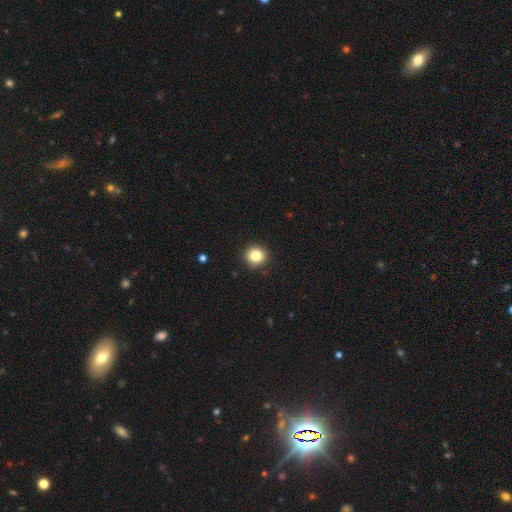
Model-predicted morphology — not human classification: Smooth or featured? smooth (84%)
How rounded? round (91%)
Merging? none (91%)